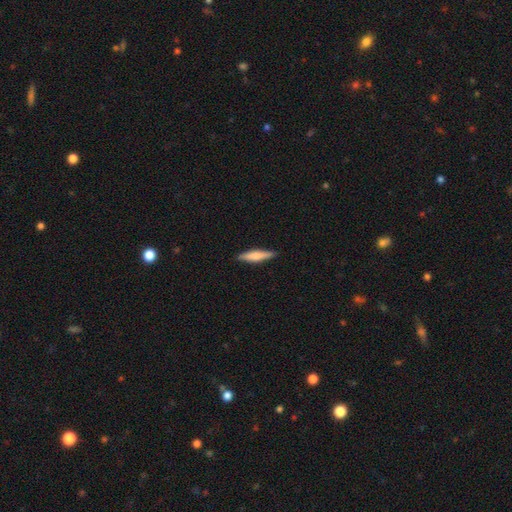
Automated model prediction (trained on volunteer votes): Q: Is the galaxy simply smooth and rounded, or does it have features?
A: smooth — 61%.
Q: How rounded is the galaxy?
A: cigar-shaped — 83%.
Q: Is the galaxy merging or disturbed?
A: none — 89%.